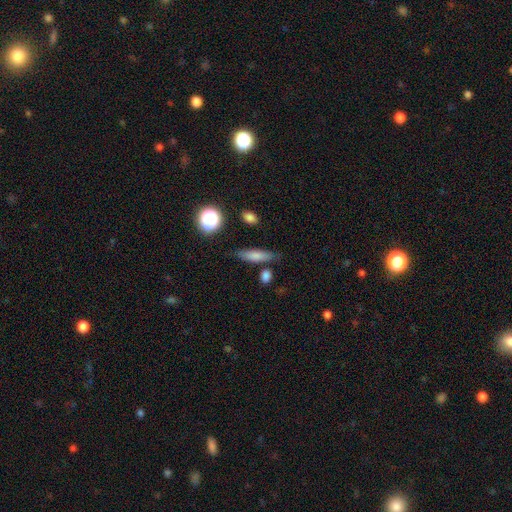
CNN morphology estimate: Smooth or featured? smooth (75%)
How rounded? cigar-shaped (63%)
Merging? none (77%)